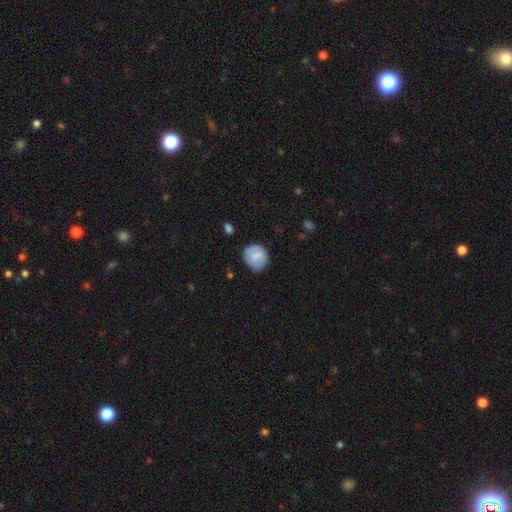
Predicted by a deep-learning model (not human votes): A smooth galaxy with no disk features (75%) that is round (76%).

Vote fractions:
- Smooth or featured? smooth: 75% / featured or disk: 18% / star or artifact: 7%
- How rounded? round: 76% / in between: 23% / cigar-shaped: 1%
- Merging? none: 69% / minor disturbance: 24% / major disturbance: 5% / merger: 2%